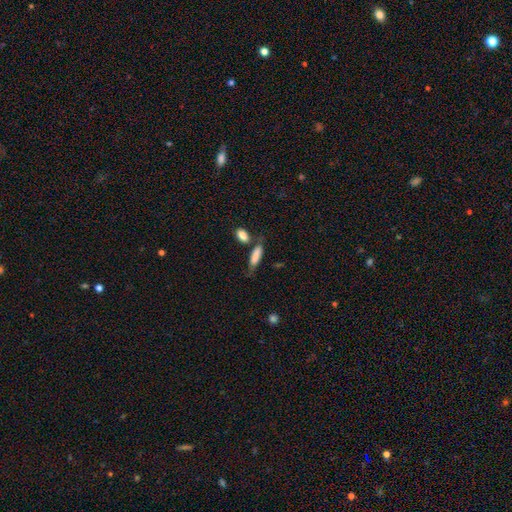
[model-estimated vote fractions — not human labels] A smooth galaxy with no disk features (81%) that is cigar-shaped (52%).

Vote fractions:
- Smooth or featured? smooth: 81% / featured or disk: 12% / star or artifact: 7%
- How rounded? cigar-shaped: 52% / in between: 45% / round: 3%
- Merging? none: 58% / minor disturbance: 20% / merger: 15% / major disturbance: 7%